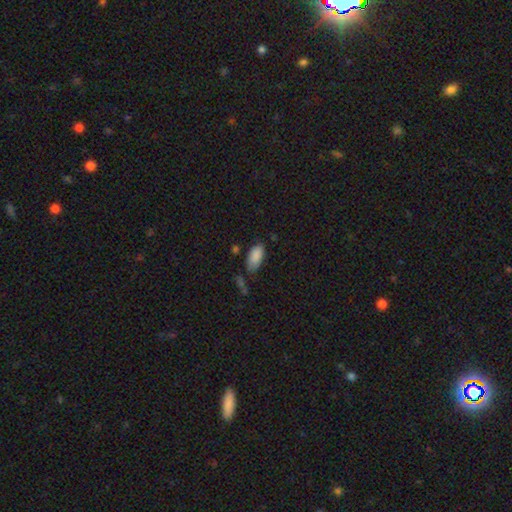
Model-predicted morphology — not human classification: A smooth galaxy with no disk features (88%) that is in between round and cigar-shaped (91%).

Vote fractions:
- Smooth or featured? smooth: 88% / star or artifact: 7% / featured or disk: 5%
- How rounded? in between: 91% / cigar-shaped: 7% / round: 2%
- Merging? none: 66% / minor disturbance: 24% / major disturbance: 5% / merger: 5%